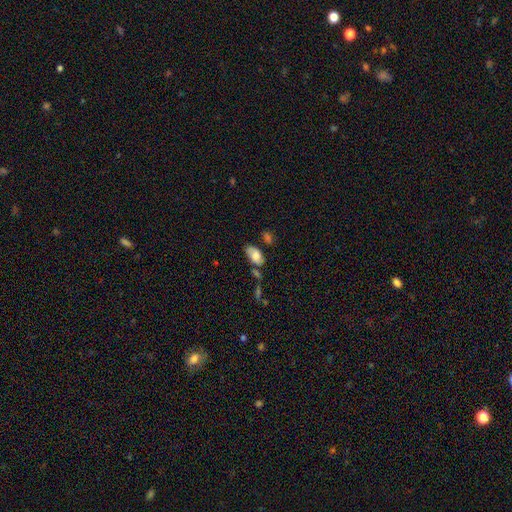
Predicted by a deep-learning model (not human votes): This is likely a smooth galaxy (67%). How rounded: clearly in between (93%). Merging: possibly none (59%).